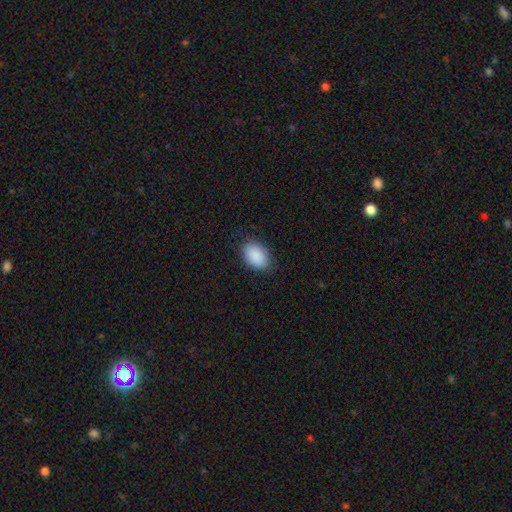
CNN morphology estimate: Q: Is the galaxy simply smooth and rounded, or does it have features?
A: smooth — 90%.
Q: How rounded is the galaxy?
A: in between — 89%.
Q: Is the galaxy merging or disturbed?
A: none — 85%.